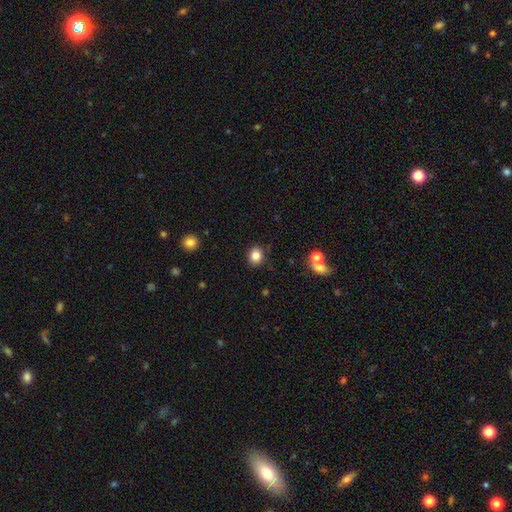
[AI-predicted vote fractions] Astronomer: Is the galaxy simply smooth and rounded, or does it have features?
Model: smooth — 83%.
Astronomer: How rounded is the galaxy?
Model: round — 74%.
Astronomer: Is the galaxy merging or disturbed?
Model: none — 88%.